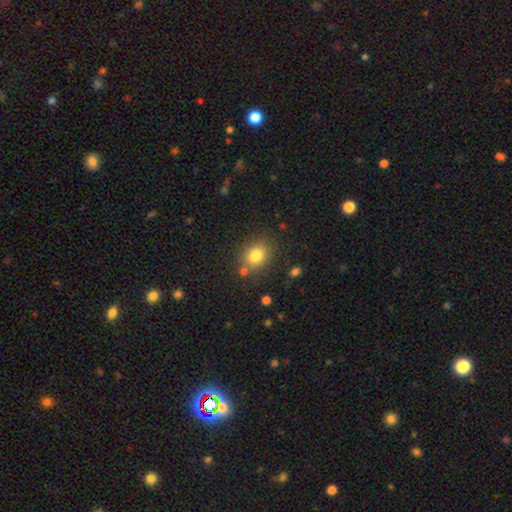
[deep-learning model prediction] smooth-or-featured: smooth: 81% | star or artifact: 11% | featured or disk: 8%
  how-rounded: in between: 55% | round: 44% | cigar-shaped: 1%
  merging: none: 78% | minor disturbance: 12% | merger: 7% | major disturbance: 4%